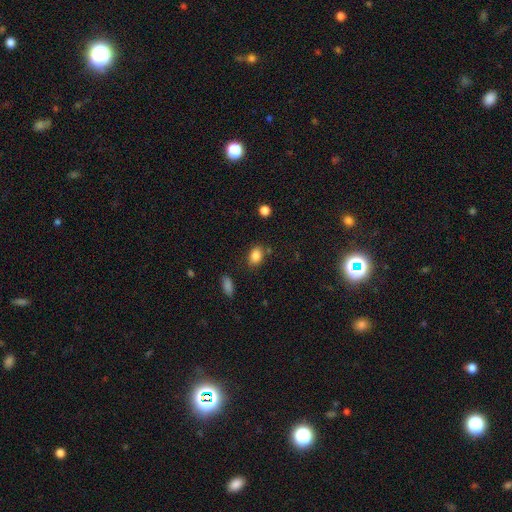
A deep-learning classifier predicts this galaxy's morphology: Smooth or featured: smooth — 85% (star or artifact — 10%)
How rounded: in between — 76% (round — 22%)
Merging: none — 77% (minor disturbance — 14%)